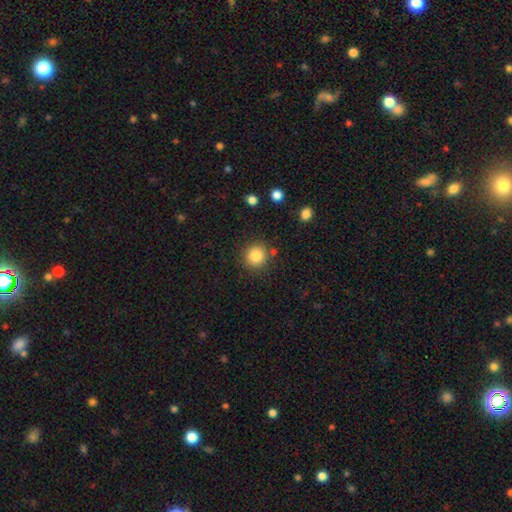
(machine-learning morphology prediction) A smooth galaxy with no disk features (84%) that is round (91%).

Vote fractions:
- Smooth or featured? smooth: 84% / star or artifact: 10% / featured or disk: 6%
- How rounded? round: 91% / in between: 8% / cigar-shaped: 1%
- Merging? none: 86% / minor disturbance: 8% / merger: 4% / major disturbance: 3%